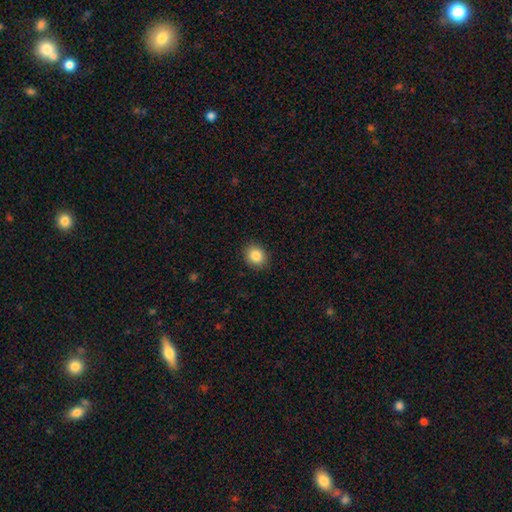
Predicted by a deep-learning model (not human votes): Morphology: type=smooth (86%); roundness=round (71%); merging=none (90%).